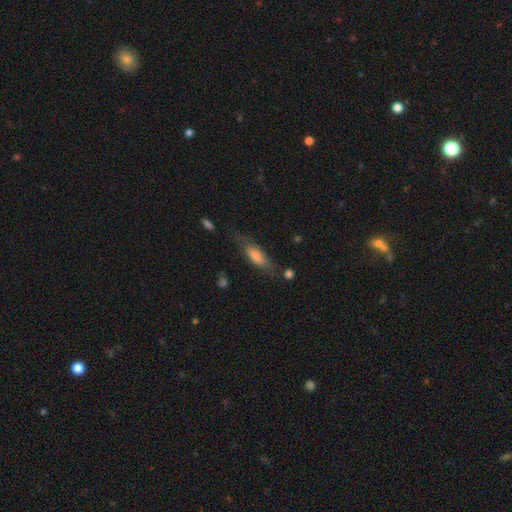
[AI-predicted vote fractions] The model was most divided on "how rounded": cigar-shaped: 52%, in between: 46%, round: 2%. More confident: merging — none (64%); smooth or featured — smooth (61%).